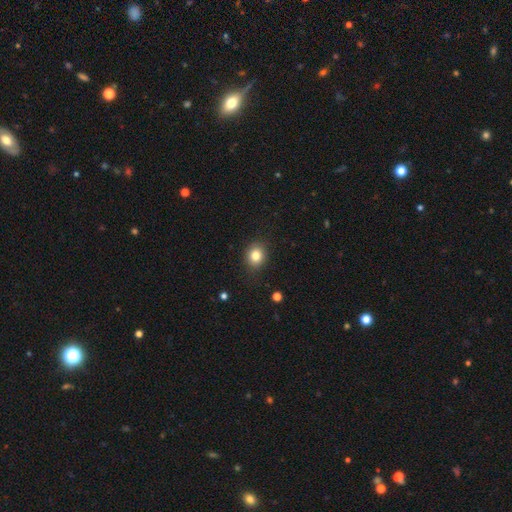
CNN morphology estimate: smooth 82%, star or artifact 11%, featured or disk 7%. Down the decision tree: how rounded — round (67%); merging — none (86%).